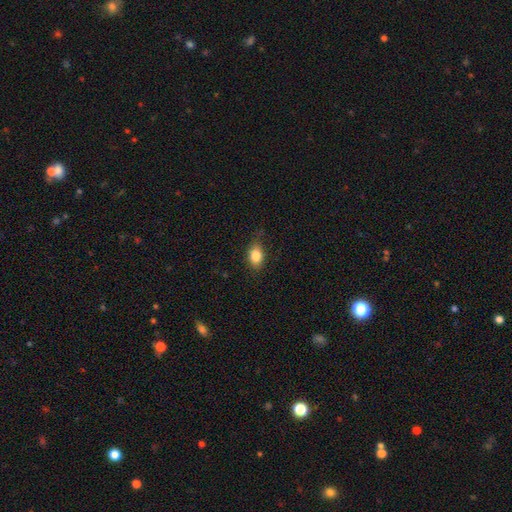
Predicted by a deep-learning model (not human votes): A smooth galaxy with no disk features (84%) that is in between round and cigar-shaped (78%). Merging: none (77%).